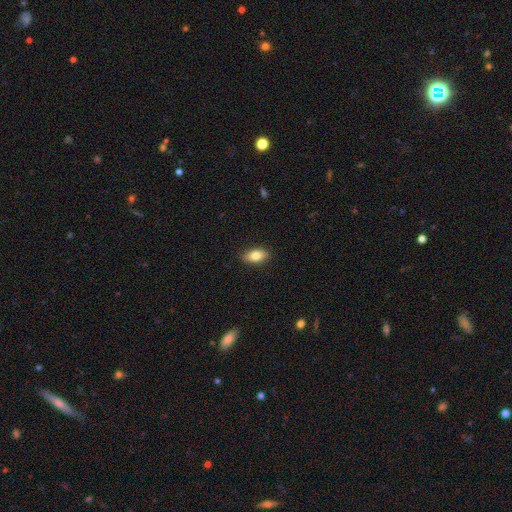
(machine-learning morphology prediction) smooth_or_featured: smooth (p=0.79) [alt: featured or disk p=0.14]
how_rounded: in between (p=0.88) [alt: cigar-shaped p=0.07]
merging: none (p=0.88) [alt: minor disturbance p=0.09]